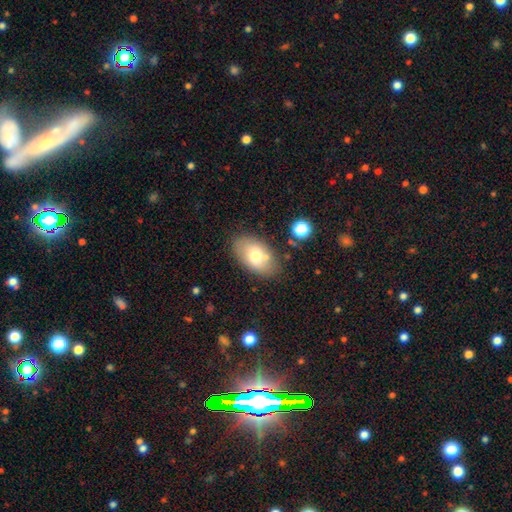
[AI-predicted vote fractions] smooth 68%, featured or disk 24%, star or artifact 8%. Down the decision tree: how rounded — in between (91%); merging — none (75%).